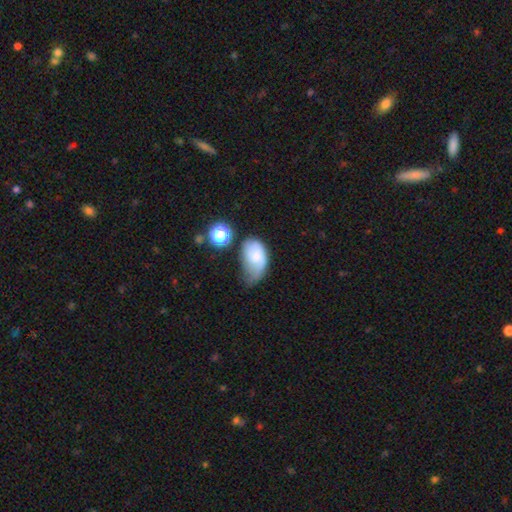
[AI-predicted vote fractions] This is possibly a smooth galaxy (58%). How rounded: clearly in between (85%). Merging: marginally minor disturbance (38%).